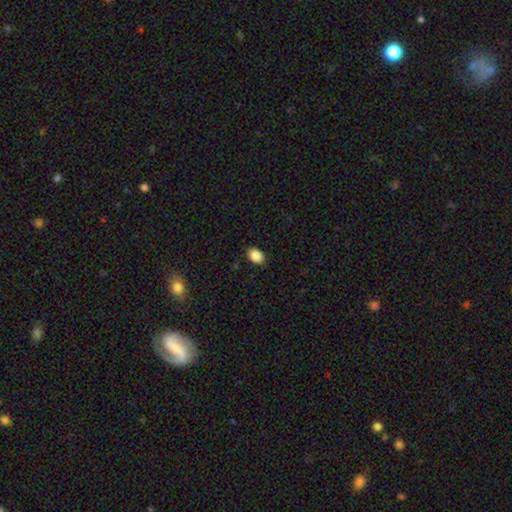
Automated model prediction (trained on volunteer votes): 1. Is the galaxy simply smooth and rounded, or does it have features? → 88% smooth, 8% star or artifact, 4% featured or disk.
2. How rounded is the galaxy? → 83% in between, 16% round, 1% cigar-shaped.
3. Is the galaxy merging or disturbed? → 87% none, 10% minor disturbance, 2% major disturbance, 1% merger.